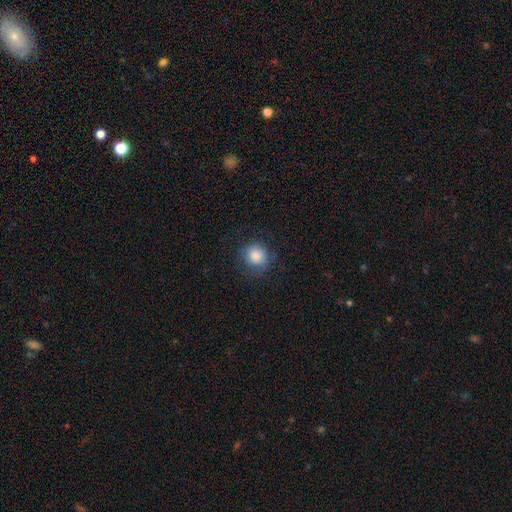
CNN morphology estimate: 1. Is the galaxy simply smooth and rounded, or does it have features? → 85% smooth, 9% star or artifact, 6% featured or disk.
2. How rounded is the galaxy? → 89% round, 10% in between, 1% cigar-shaped.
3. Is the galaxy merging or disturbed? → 80% none, 14% minor disturbance, 5% major disturbance, 1% merger.